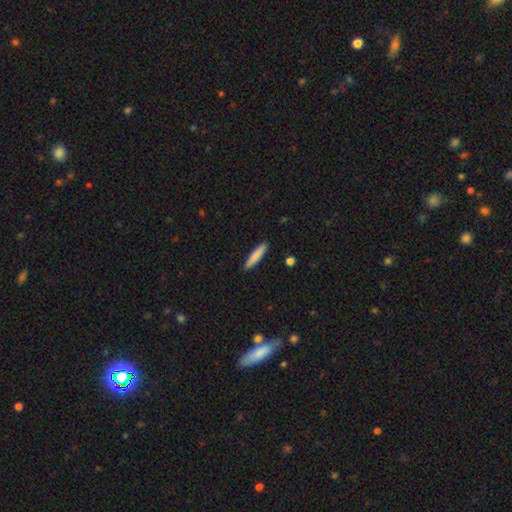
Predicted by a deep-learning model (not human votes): A smooth galaxy with no disk features (81%) that is cigar-shaped (90%).

Vote fractions:
- Smooth or featured? smooth: 81% / featured or disk: 14% / star or artifact: 6%
- How rounded? cigar-shaped: 90% / in between: 8% / round: 1%
- Merging? none: 91% / minor disturbance: 6% / major disturbance: 1% / merger: 1%